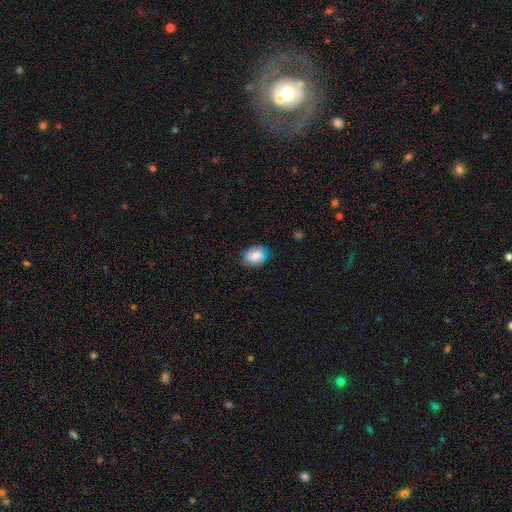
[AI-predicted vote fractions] Morphology: type=smooth (77%); roundness=in between (61%); merging=none (73%).